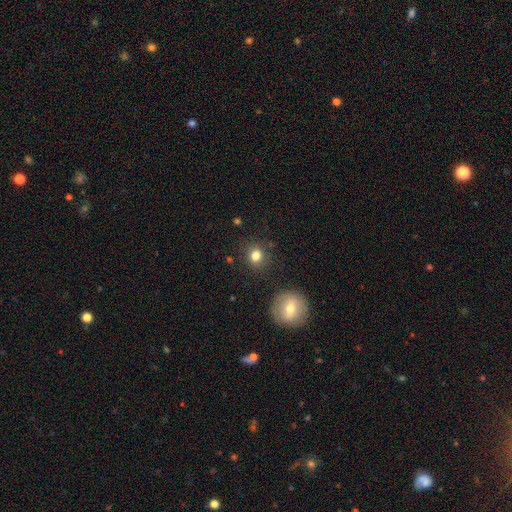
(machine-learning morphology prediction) Smooth or featured: smooth — 80% (star or artifact — 13%)
How rounded: round — 84% (in between — 15%)
Merging: none — 86% (minor disturbance — 9%)